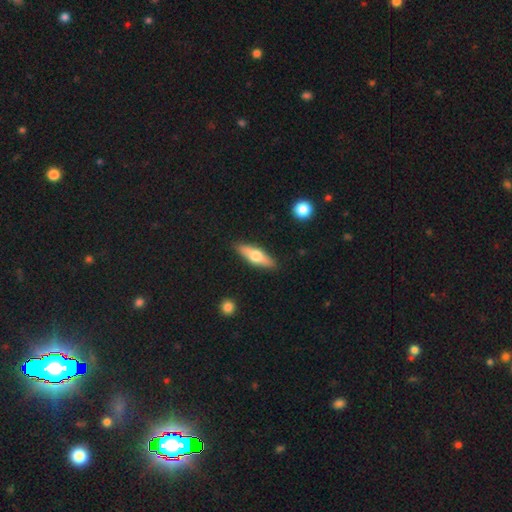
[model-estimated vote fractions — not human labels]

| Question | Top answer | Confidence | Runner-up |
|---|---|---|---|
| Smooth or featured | smooth | 48% | featured or disk (46%) |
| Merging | none | 87% | minor disturbance (9%) |